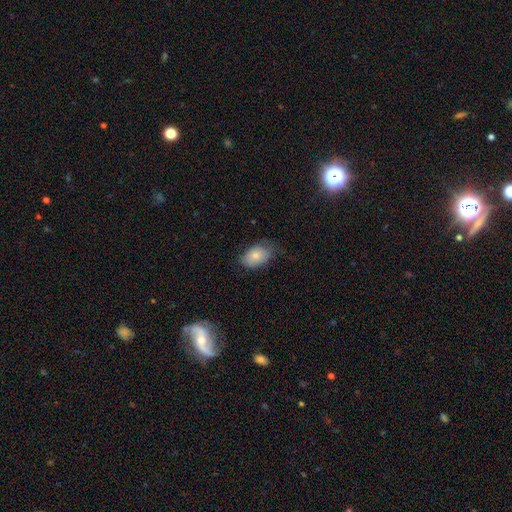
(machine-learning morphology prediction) This is likely a smooth galaxy (79%). How rounded: clearly in between (89%). Merging: possibly none (58%).